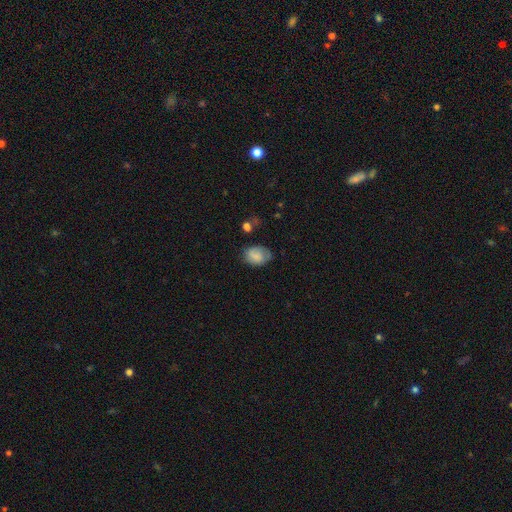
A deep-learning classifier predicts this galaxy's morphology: smooth 78%, featured or disk 14%, star or artifact 8%. Down the decision tree: how rounded — in between (77%); merging — none (59%).